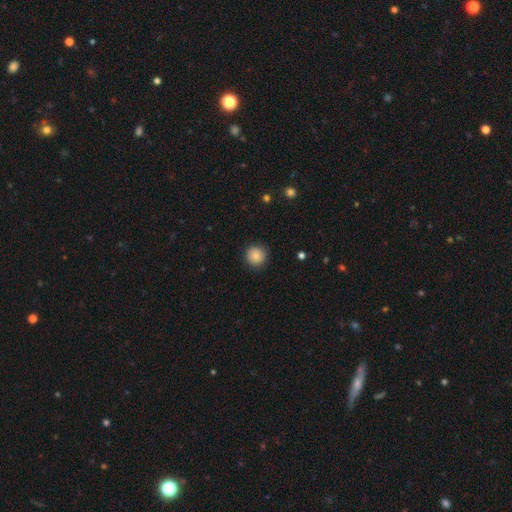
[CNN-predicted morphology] smooth 84%, star or artifact 9%, featured or disk 7%. Down the decision tree: how rounded — round (95%); merging — none (90%).